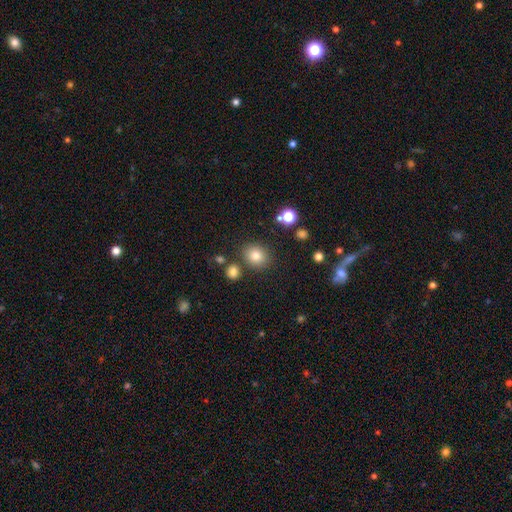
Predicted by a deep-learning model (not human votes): Smooth or featured? smooth (80%)
How rounded? round (73%)
Merging? none (81%)